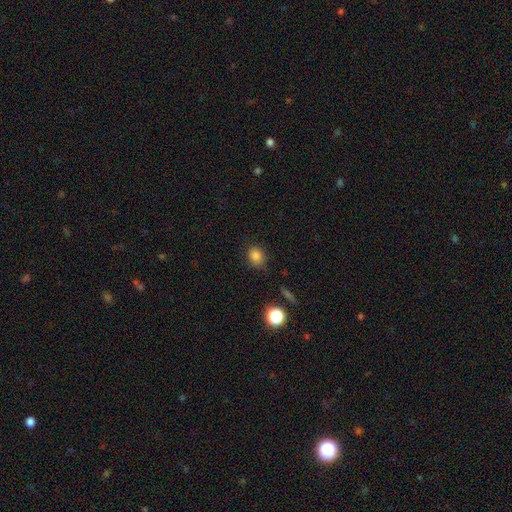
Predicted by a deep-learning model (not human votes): Smooth or featured?
  - smooth: 81% *
  - star or artifact: 13%
  - featured or disk: 6%
How rounded?
  - round: 60% *
  - in between: 38%
  - cigar-shaped: 1%
Merging?
  - none: 79% *
  - minor disturbance: 16%
  - major disturbance: 4%
  - merger: 2%